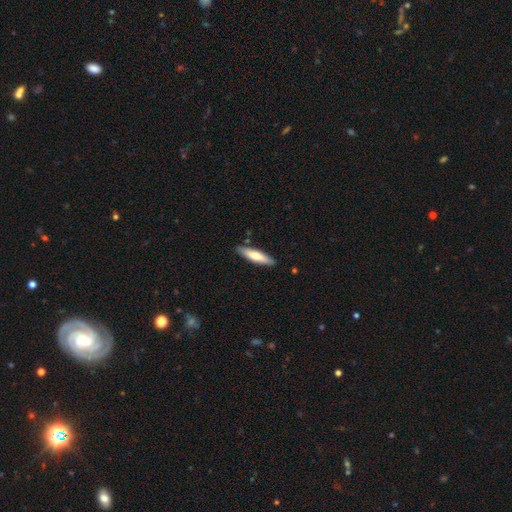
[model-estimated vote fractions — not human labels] smooth-or-featured: smooth: 62% | featured or disk: 33% | star or artifact: 5%
  how-rounded: cigar-shaped: 73% | in between: 25% | round: 1%
  merging: none: 88% | minor disturbance: 9% | merger: 2% | major disturbance: 2%